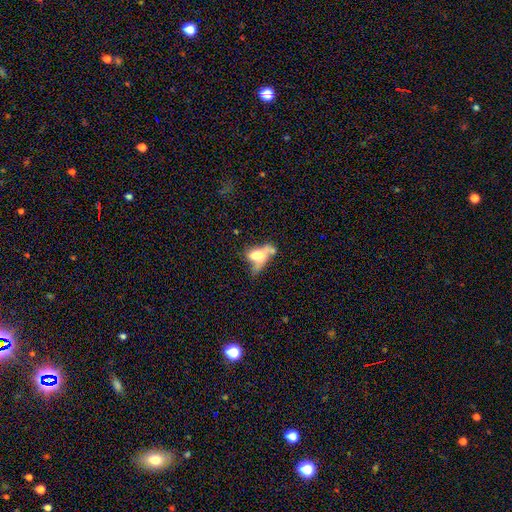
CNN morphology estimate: Smooth or featured? smooth (50%)
Merging? merger (35%)